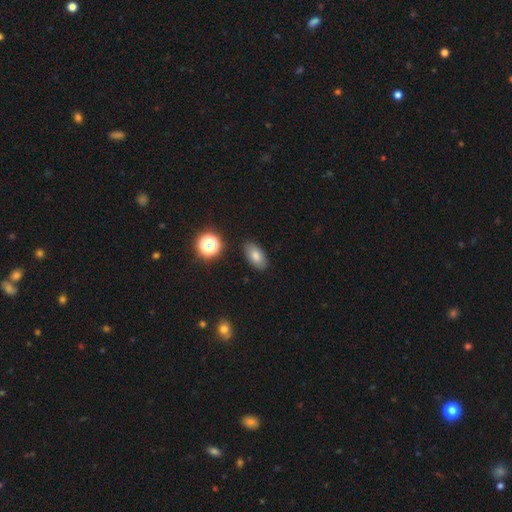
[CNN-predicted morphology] type=smooth (79%); roundness=in between (90%); merging=none (86%).